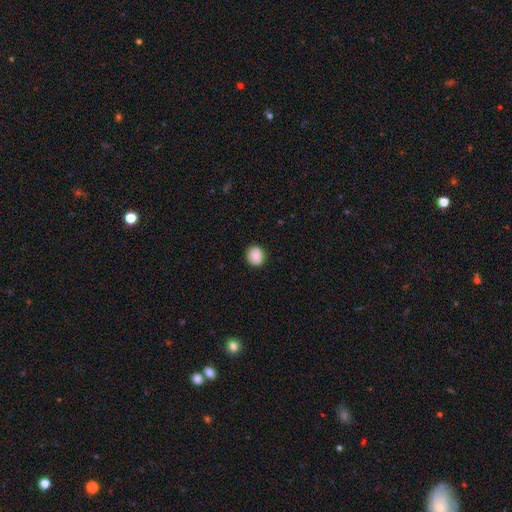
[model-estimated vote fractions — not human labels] This appears to be a smooth galaxy with no disk features (87%) that is round (82%). Merging: none (89%).